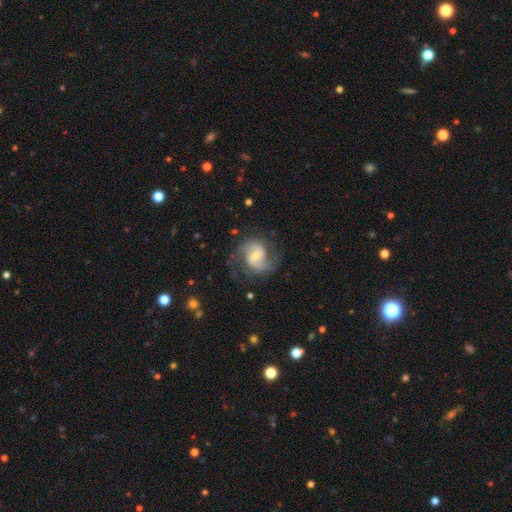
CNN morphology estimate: Smooth or featured: featured or disk — 81% (smooth — 13%)
Edge-on disk: no — 98% (yes — 2%)
Bar: weak — 48% (no — 38%)
Spiral arms: yes — 94% (no — 6%)
Spiral winding: medium — 51% (loose — 30%)
Spiral arm count: 2 — 86% (can't tell — 7%)
Bulge size: small — 50% (moderate — 44%)
Merging: none — 69% (minor disturbance — 18%)